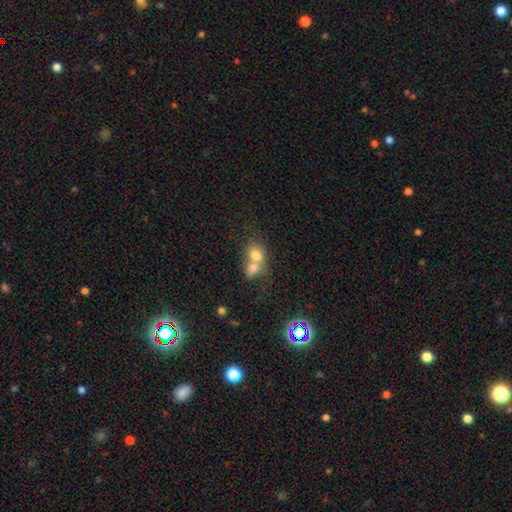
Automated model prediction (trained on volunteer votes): A smooth galaxy with no disk features (72%) that is round (59%).

Vote fractions:
- Smooth or featured? smooth: 72% / featured or disk: 17% / star or artifact: 10%
- How rounded? round: 59% / in between: 39% / cigar-shaped: 1%
- Merging? merger: 72% / none: 19% / minor disturbance: 5% / major disturbance: 3%